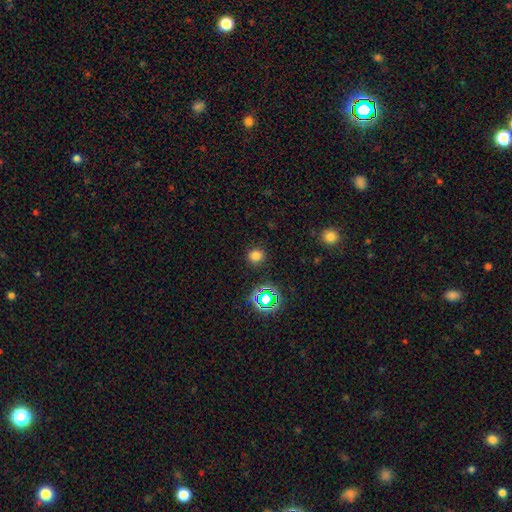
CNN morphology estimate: smooth_or_featured: smooth (p=0.73) [alt: star or artifact p=0.21]
how_rounded: round (p=0.84) [alt: in between p=0.15]
merging: none (p=0.88) [alt: minor disturbance p=0.07]